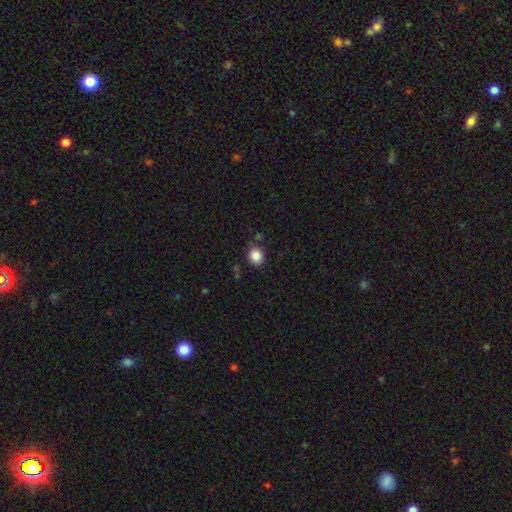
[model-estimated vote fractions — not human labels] This is clearly a smooth galaxy (86%). How rounded: likely round (72%). Merging: clearly none (82%).